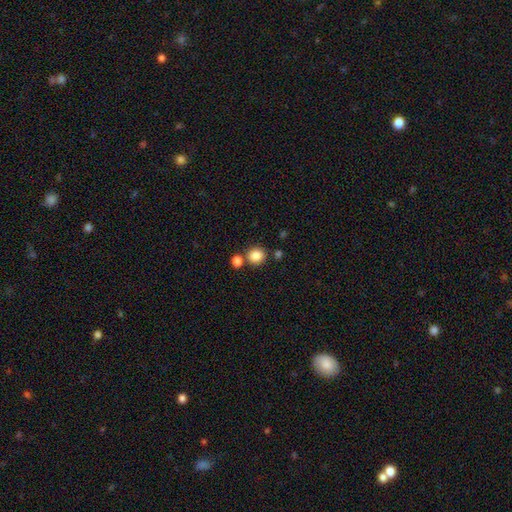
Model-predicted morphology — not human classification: Smooth or featured: smooth — 85% (star or artifact — 10%)
How rounded: round — 86% (in between — 13%)
Merging: none — 71% (merger — 18%)